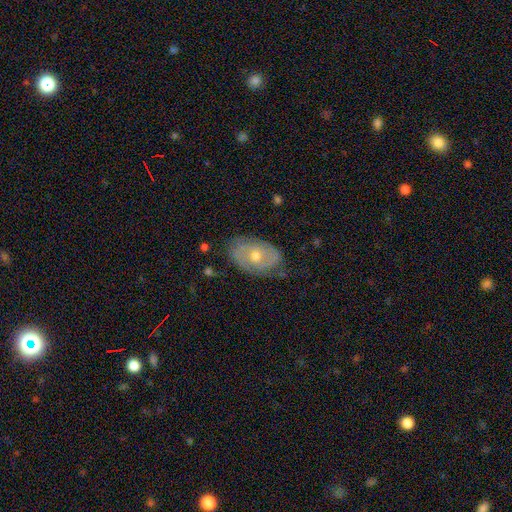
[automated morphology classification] smooth-or-featured: featured or disk: 68% | smooth: 25% | star or artifact: 8%
  disk-edge-on: no: 94% | yes: 6%
    bar: no: 77% | weak: 19% | strong: 4%
    has-spiral-arms: yes: 73% | no: 27%
    bulge-size: moderate: 62% | small: 34% | large: 2% | none: 1% | dominant: 1%
  merging: none: 72% | minor disturbance: 21% | major disturbance: 5% | merger: 1%